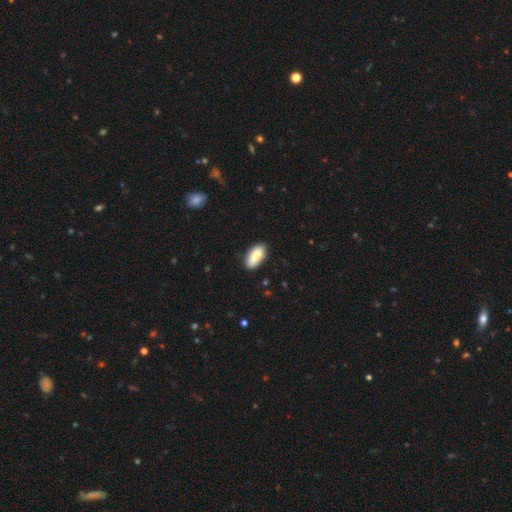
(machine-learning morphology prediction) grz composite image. It shows a smooth galaxy with no disk features (85%) that is in between round and cigar-shaped (90%). Merging: none (87%).